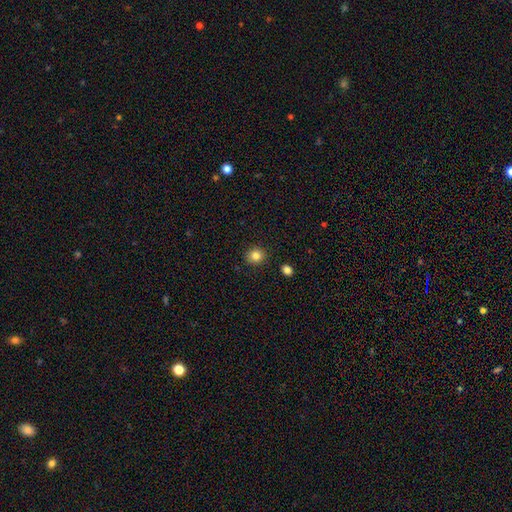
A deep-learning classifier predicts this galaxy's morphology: Q: Smooth or featured?
A: smooth (84%); runner-up: star or artifact (11%)
Q: How rounded?
A: round (85%); runner-up: in between (15%)
Q: Merging?
A: none (90%); runner-up: minor disturbance (6%)